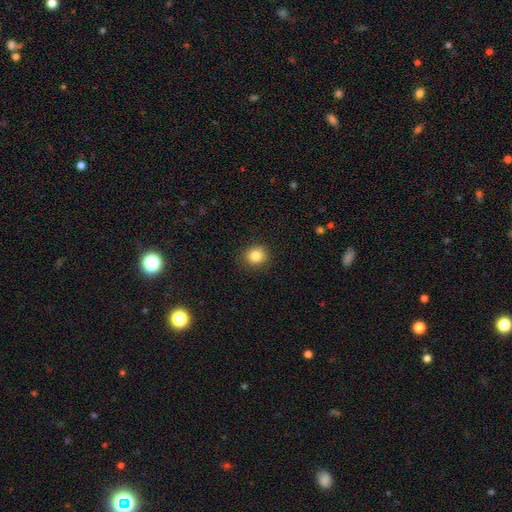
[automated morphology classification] The model was most divided on "how rounded": round: 82%, in between: 17%, cigar-shaped: 1%. More confident: merging — none (89%); smooth or featured — smooth (84%).